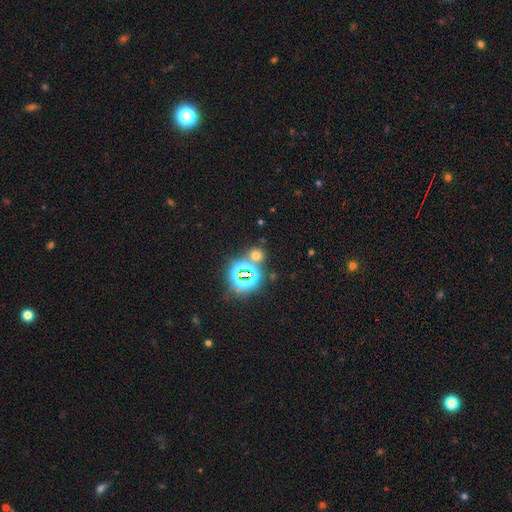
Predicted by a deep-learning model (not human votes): Smooth or featured?
  - smooth: 51% *
  - star or artifact: 42%
  - featured or disk: 7%
How rounded?
  - round: 83% *
  - in between: 15%
  - cigar-shaped: 1%
Merging?
  - none: 72% *
  - merger: 17%
  - minor disturbance: 8%
  - major disturbance: 4%